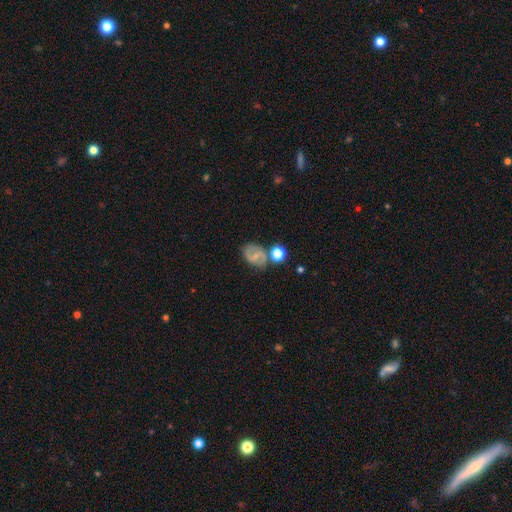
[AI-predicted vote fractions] Smooth or featured?
  - featured or disk: 56% *
  - smooth: 34%
  - star or artifact: 11%
Edge-on disk?
  - no: 97% *
  - yes: 3%
Bar?
  - weak: 48% *
  - no: 36%
  - strong: 16%
Spiral arms?
  - yes: 86% *
  - no: 14%
Bulge size?
  - small: 61% *
  - moderate: 19%
  - none: 18%
  - large: 2%
  - dominant: 1%
Merging?
  - none: 63% *
  - minor disturbance: 18%
  - merger: 12%
  - major disturbance: 7%